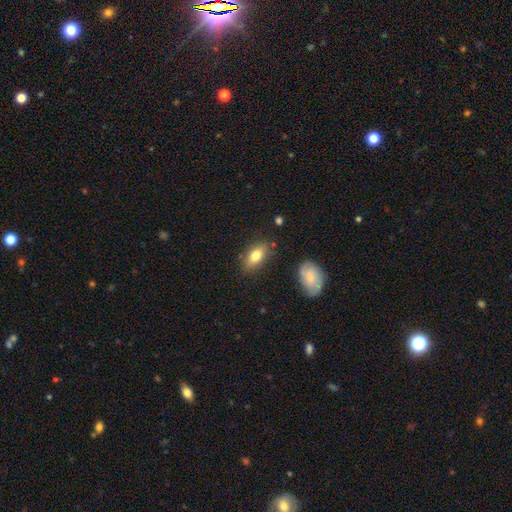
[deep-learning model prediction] Overall: smooth (77%). How rounded: in between (86%). Merging: none (80%).